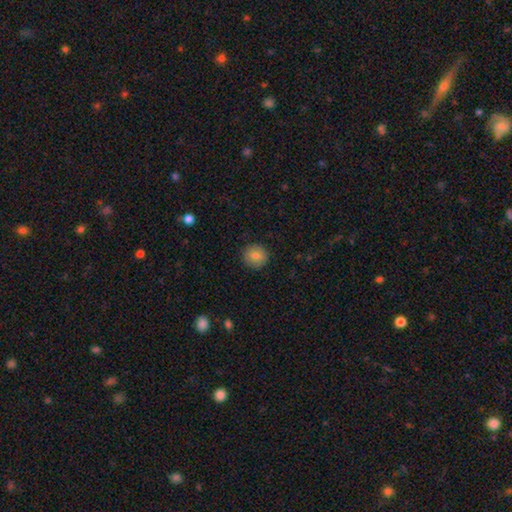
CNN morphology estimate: A smooth galaxy with no disk features (82%) that is round (90%).

Vote fractions:
- Smooth or featured? smooth: 82% / featured or disk: 9% / star or artifact: 9%
- How rounded? round: 90% / in between: 9% / cigar-shaped: 1%
- Merging? none: 90% / minor disturbance: 7% / major disturbance: 2% / merger: 1%